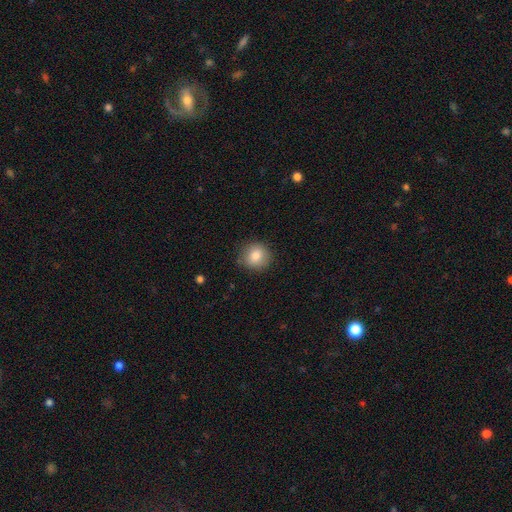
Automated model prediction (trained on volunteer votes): The model was most divided on "smooth or featured": smooth: 82%, star or artifact: 9%, featured or disk: 9%. More confident: how rounded — round (89%); merging — none (85%).